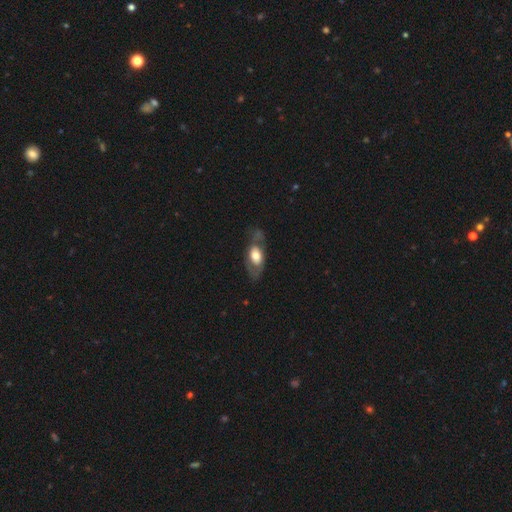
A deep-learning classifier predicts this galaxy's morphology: smooth-or-featured: featured or disk: 52% | smooth: 42% | star or artifact: 6%
  disk-edge-on: no: 82% | yes: 18%
  merging: none: 59% | minor disturbance: 21% | major disturbance: 17% | merger: 3%